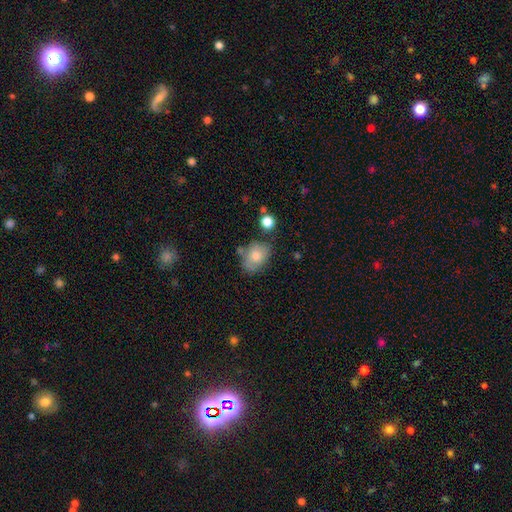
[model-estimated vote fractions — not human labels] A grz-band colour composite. It shows a smooth galaxy with no disk features (76%) that is in between round and cigar-shaped (71%). Merging: none (61%).